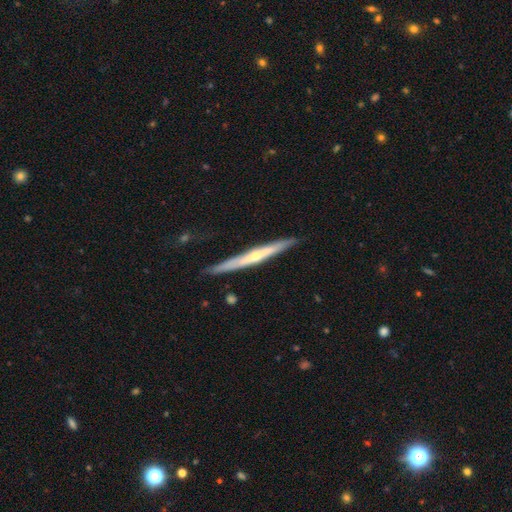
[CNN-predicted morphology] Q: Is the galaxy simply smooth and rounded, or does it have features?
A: featured or disk — 72%.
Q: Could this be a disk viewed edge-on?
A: yes — 97%.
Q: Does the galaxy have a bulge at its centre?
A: rounded — 69%.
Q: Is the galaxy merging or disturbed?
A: none — 89%.